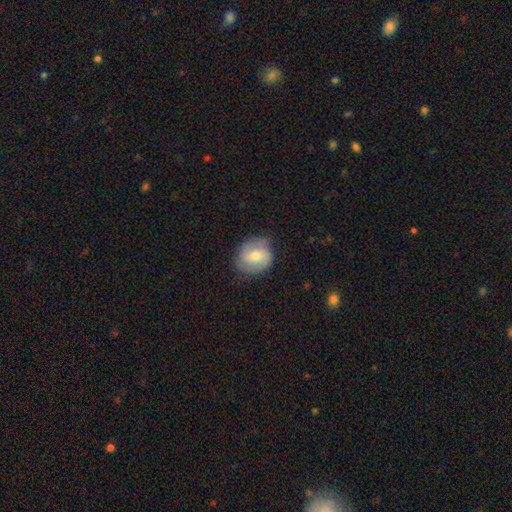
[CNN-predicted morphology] Smooth or featured? Predicted: featured or disk (p=0.48). Merging? Predicted: none (p=0.71).